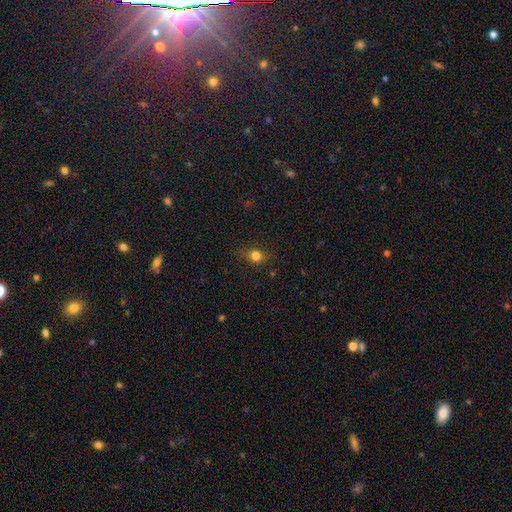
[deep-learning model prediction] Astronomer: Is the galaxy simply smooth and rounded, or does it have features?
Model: smooth — 76%.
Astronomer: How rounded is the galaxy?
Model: round — 64%.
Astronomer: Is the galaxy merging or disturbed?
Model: none — 79%.